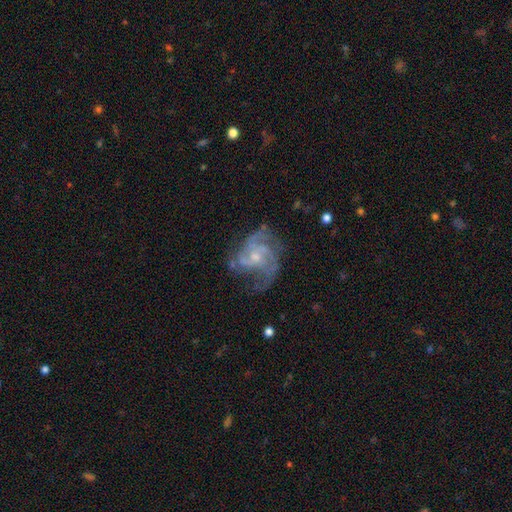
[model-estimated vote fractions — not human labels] Morphology: type=featured or disk (84%); edge-on=no (98%); bar=no (67%); spiral arms=yes (93%); winding=medium (49%); arm count=3 (39%); bulge=small (56%); merging=none (53%).